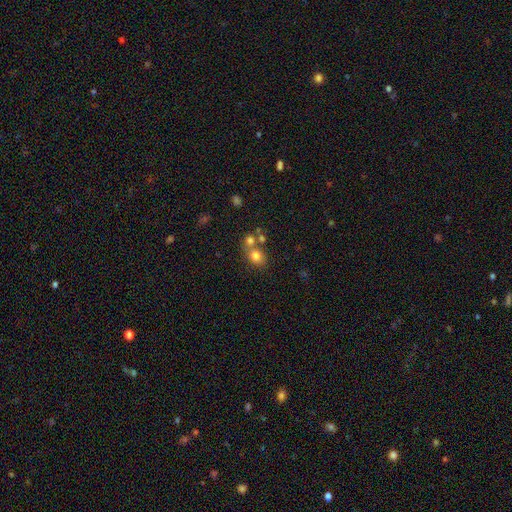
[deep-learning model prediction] Smooth or featured?
  - smooth: 77% *
  - star or artifact: 13%
  - featured or disk: 10%
How rounded?
  - round: 59% *
  - in between: 40%
  - cigar-shaped: 1%
Merging?
  - none: 52% *
  - merger: 34%
  - minor disturbance: 10%
  - major disturbance: 4%